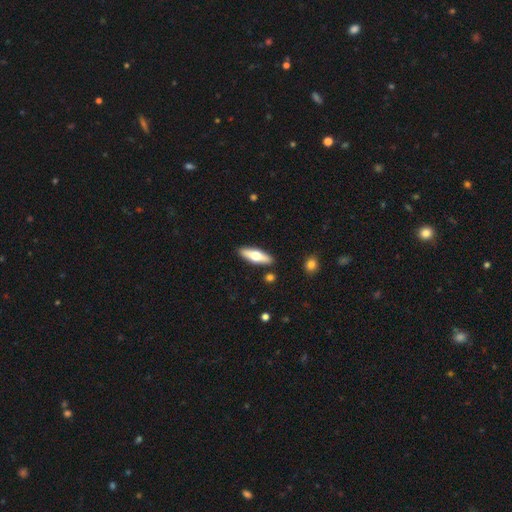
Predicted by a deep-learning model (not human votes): Morphology: type=smooth (51%); roundness=cigar-shaped (54%); merging=none (88%).